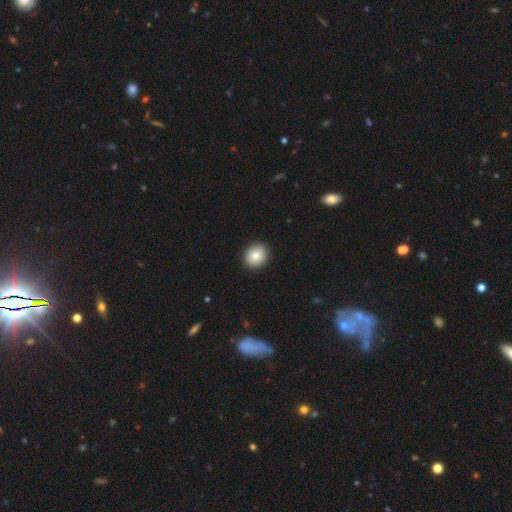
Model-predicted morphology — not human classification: Smooth or featured? Predicted: smooth (p=0.84). How rounded? Predicted: round (p=0.77). Merging? Predicted: none (p=0.92).